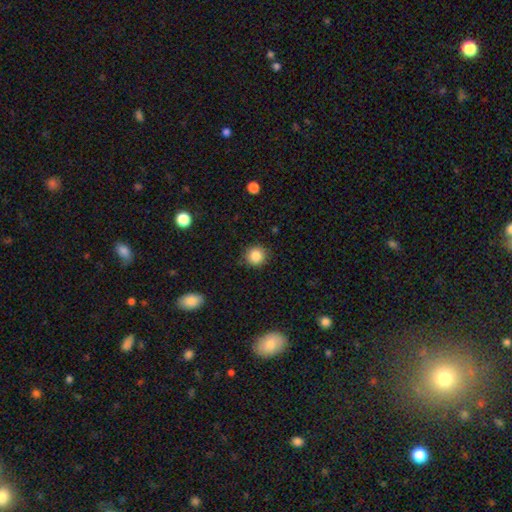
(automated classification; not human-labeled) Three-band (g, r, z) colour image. It shows a smooth galaxy with no disk features (85%) that is round (90%). Merging: none (88%).